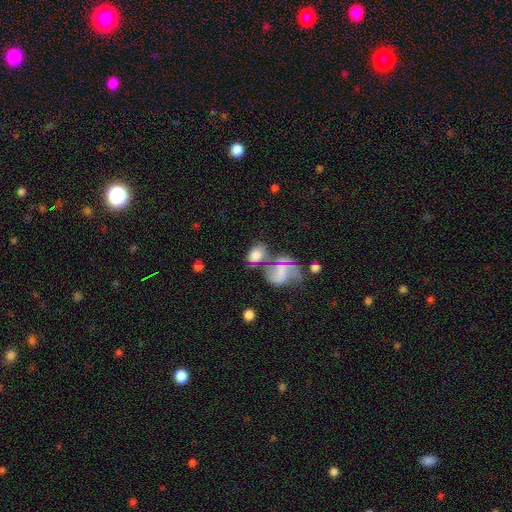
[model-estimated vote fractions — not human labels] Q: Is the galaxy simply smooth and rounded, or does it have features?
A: smooth — 69%.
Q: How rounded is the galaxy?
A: in between — 77%.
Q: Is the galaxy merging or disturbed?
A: none — 38%.